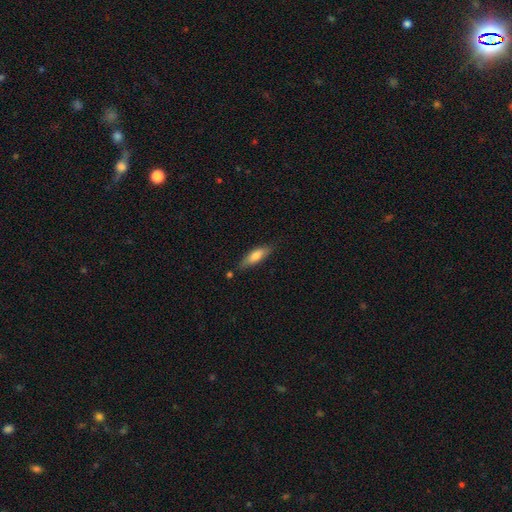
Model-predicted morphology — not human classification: Smooth or featured?
  - smooth: 74% *
  - featured or disk: 19%
  - star or artifact: 6%
How rounded?
  - in between: 51% *
  - cigar-shaped: 47%
  - round: 2%
Merging?
  - none: 75% *
  - minor disturbance: 18%
  - merger: 4%
  - major disturbance: 3%